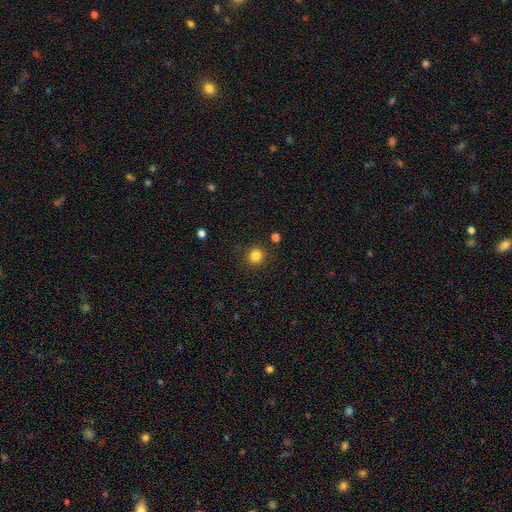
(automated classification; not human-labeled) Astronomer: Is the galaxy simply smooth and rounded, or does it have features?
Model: smooth — 83%.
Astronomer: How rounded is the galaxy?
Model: round — 92%.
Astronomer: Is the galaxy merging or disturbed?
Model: none — 89%.